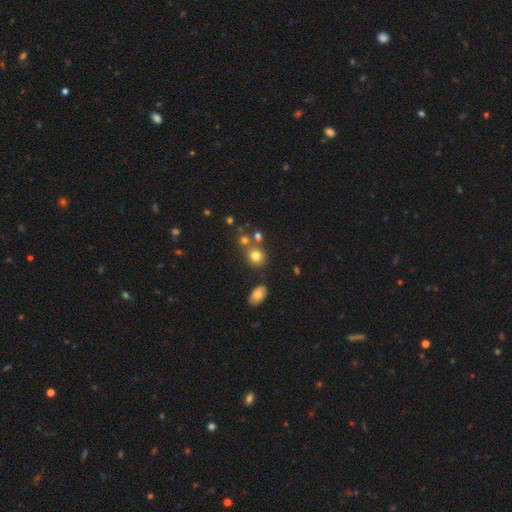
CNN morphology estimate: The model was most divided on "merging": none: 62%, merger: 23%, minor disturbance: 11%, major disturbance: 4%. More confident: smooth or featured — smooth (75%); how rounded — round (73%).